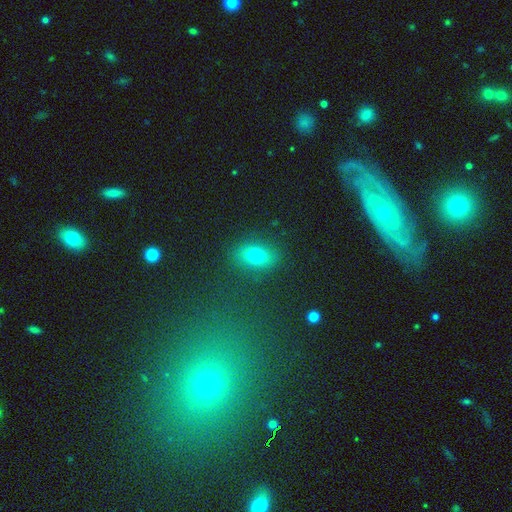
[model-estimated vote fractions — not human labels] Smooth or featured? smooth (72%)
How rounded? in between (77%)
Merging? none (85%)